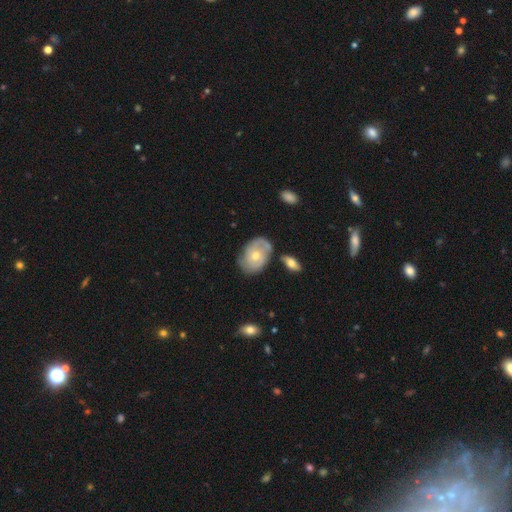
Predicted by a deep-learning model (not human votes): Smooth or featured? Predicted: featured or disk (p=0.64). Edge-on disk? Predicted: no (p=0.95). Bar? Predicted: no (p=0.77). Spiral arms? Predicted: yes (p=0.80). Bulge size? Predicted: moderate (p=0.54). Merging? Predicted: none (p=0.60).